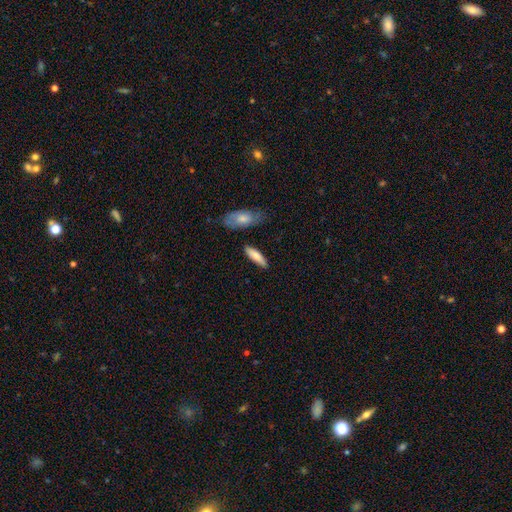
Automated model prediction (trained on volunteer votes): smooth-or-featured: smooth: 77% | featured or disk: 18% | star or artifact: 6%
  how-rounded: cigar-shaped: 58% | in between: 40% | round: 2%
  merging: none: 81% | minor disturbance: 13% | merger: 4% | major disturbance: 3%